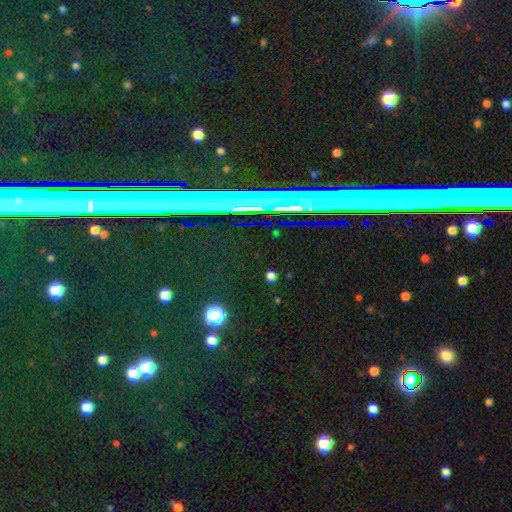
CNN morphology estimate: Smooth or featured: star or artifact — 71% (smooth — 15%)